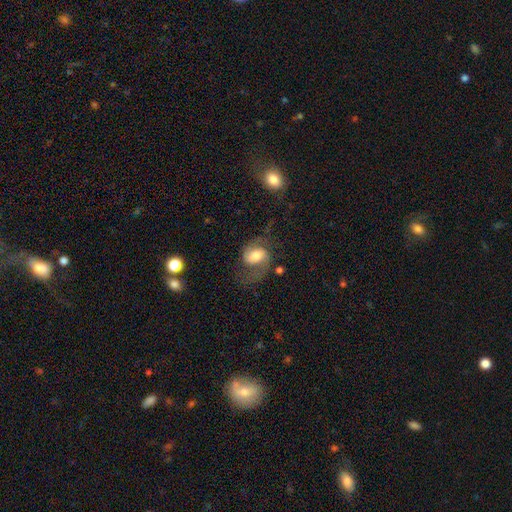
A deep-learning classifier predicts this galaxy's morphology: Smooth or featured? featured or disk (68%)
Edge-on disk? no (97%)
Bar? weak (42%)
Spiral arms? yes (92%)
Spiral winding? loose (48%)
Spiral arm count? 2 (86%)
Bulge size? moderate (56%)
Merging? none (55%)